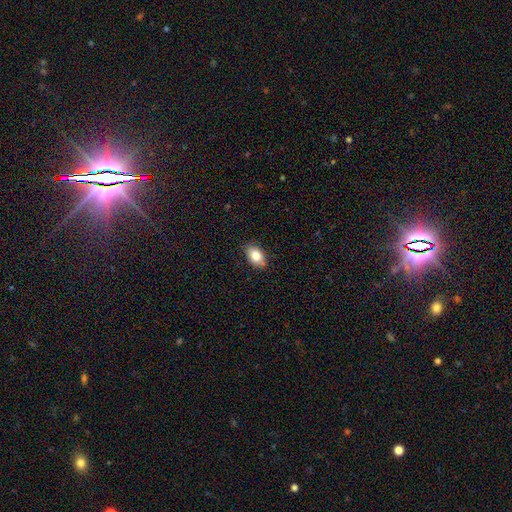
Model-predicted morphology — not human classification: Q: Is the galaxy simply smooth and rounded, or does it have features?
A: smooth — 84%.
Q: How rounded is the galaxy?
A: in between — 87%.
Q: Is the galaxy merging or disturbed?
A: none — 84%.